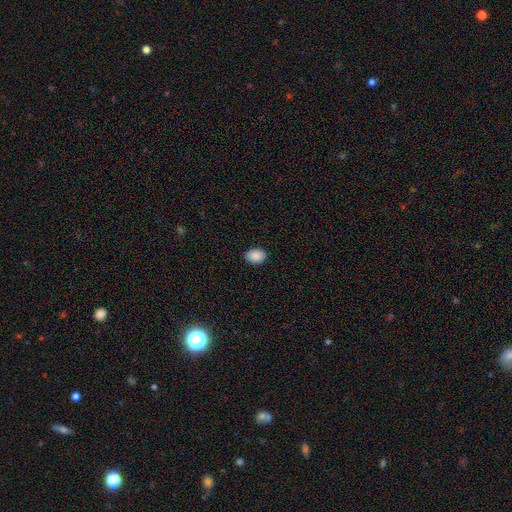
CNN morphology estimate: type=smooth (90%); roundness=in between (79%); merging=none (90%).